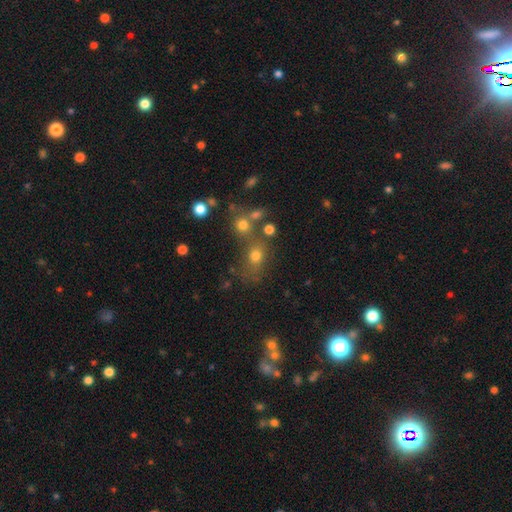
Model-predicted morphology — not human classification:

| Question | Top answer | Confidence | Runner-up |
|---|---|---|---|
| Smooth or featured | smooth | 70% | star or artifact (18%) |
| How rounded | round | 59% | in between (39%) |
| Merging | none | 47% | merger (30%) |